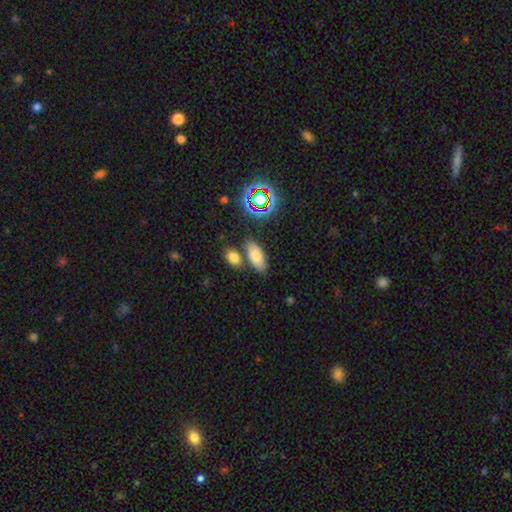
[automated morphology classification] smooth 71%, featured or disk 15%, star or artifact 14%. Down the decision tree: how rounded — in between (86%); merging — none (72%).